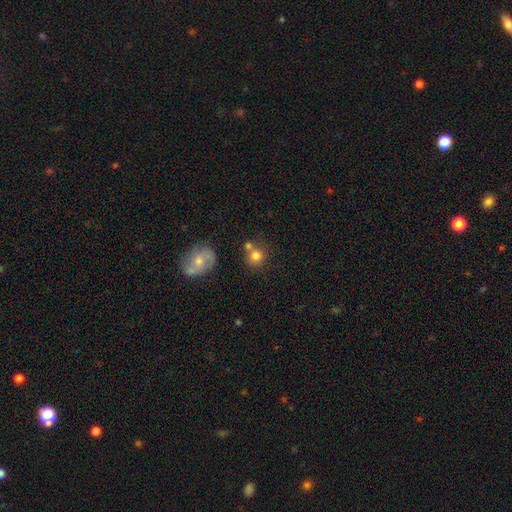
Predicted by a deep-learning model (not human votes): smooth_or_featured: smooth (p=0.79) [alt: star or artifact p=0.10]
how_rounded: round (p=0.84) [alt: in between p=0.15]
merging: none (p=0.56) [alt: merger p=0.28]